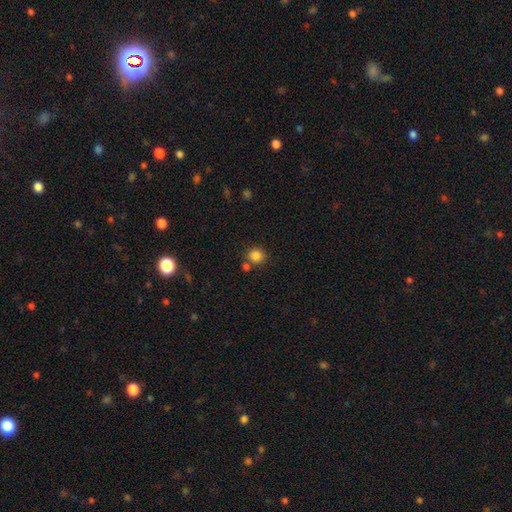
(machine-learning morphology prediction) smooth 84%, star or artifact 11%, featured or disk 4%. Down the decision tree: how rounded — round (88%); merging — none (71%).